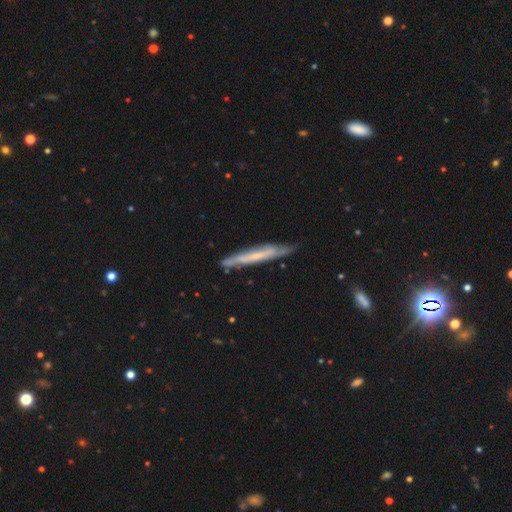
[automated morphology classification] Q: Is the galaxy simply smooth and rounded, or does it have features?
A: featured or disk — 59%.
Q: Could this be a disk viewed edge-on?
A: yes — 78%.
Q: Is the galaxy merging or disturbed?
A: none — 77%.